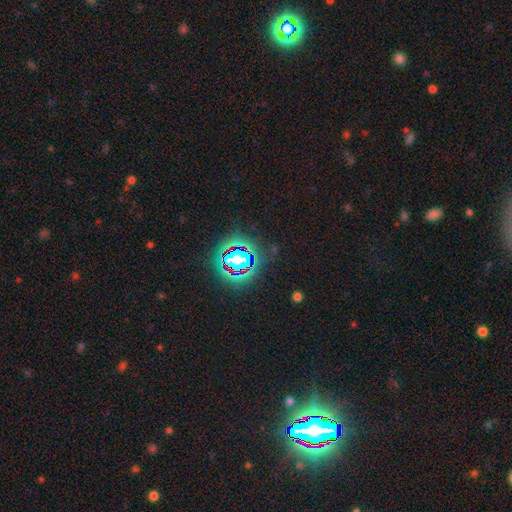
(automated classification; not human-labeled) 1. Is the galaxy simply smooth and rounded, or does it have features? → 83% star or artifact, 10% smooth, 7% featured or disk.